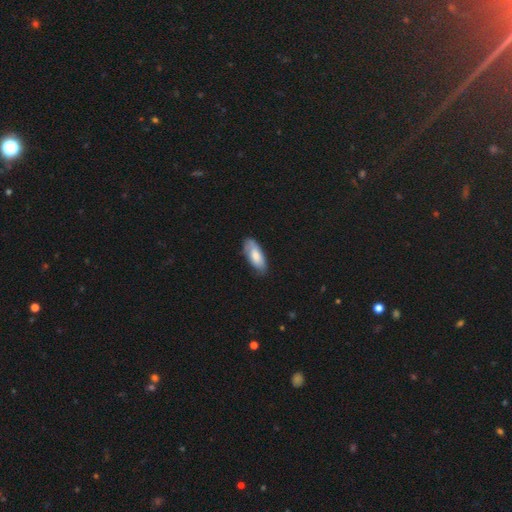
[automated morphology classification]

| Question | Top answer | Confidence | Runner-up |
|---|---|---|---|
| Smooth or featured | smooth | 76% | featured or disk (18%) |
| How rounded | in between | 80% | cigar-shaped (19%) |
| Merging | none | 72% | minor disturbance (22%) |